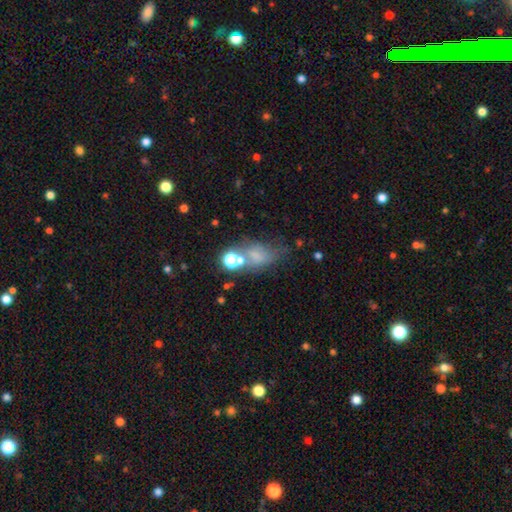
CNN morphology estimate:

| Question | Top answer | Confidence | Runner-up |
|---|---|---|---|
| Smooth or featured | smooth | 52% | featured or disk (26%) |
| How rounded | in between | 74% | round (21%) |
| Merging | none | 36% | merger (22%) |